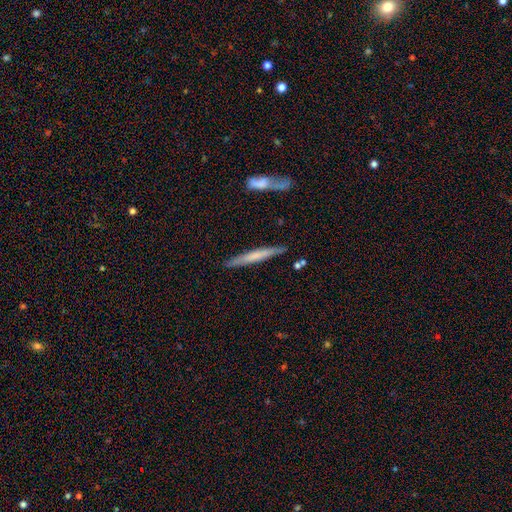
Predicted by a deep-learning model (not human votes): Morphology: type=smooth (51%); roundness=cigar-shaped (95%); merging=none (85%).